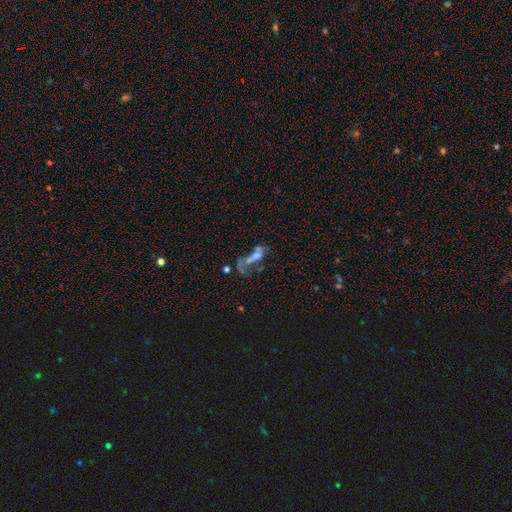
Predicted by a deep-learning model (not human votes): featured or disk 51%, smooth 25%, star or artifact 24%. Down the decision tree: edge-on disk — no (89%); merging — merger (40%).